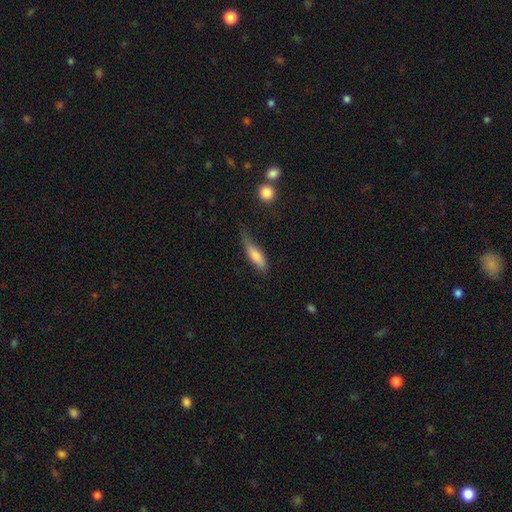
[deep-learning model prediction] The model was most divided on "merging": none: 47%, minor disturbance: 36%, major disturbance: 14%, merger: 3%. More confident: smooth or featured — smooth (71%); how rounded — cigar-shaped (58%).